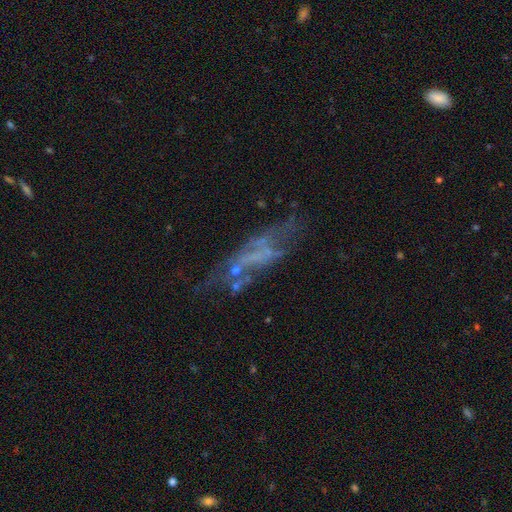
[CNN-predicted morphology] Smooth or featured?
  - featured or disk: 59% *
  - smooth: 22%
  - star or artifact: 19%
Edge-on disk?
  - no: 81% *
  - yes: 19%
Merging?
  - none: 44% *
  - major disturbance: 27%
  - minor disturbance: 20%
  - merger: 9%